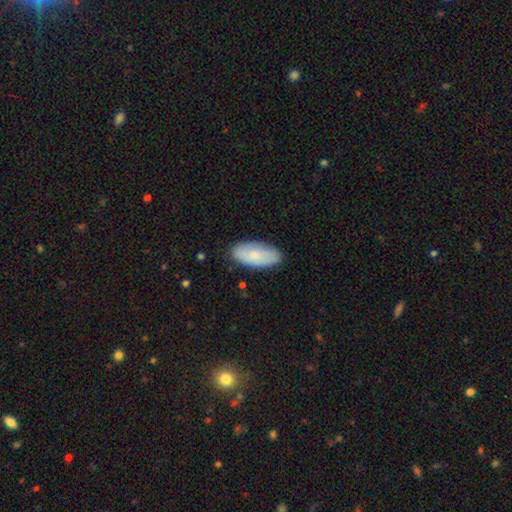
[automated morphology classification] A smooth galaxy with no disk features (79%) that is in between round and cigar-shaped (92%).

Vote fractions:
- Smooth or featured? smooth: 79% / featured or disk: 15% / star or artifact: 6%
- How rounded? in between: 92% / cigar-shaped: 6% / round: 2%
- Merging? none: 84% / minor disturbance: 12% / major disturbance: 2% / merger: 1%